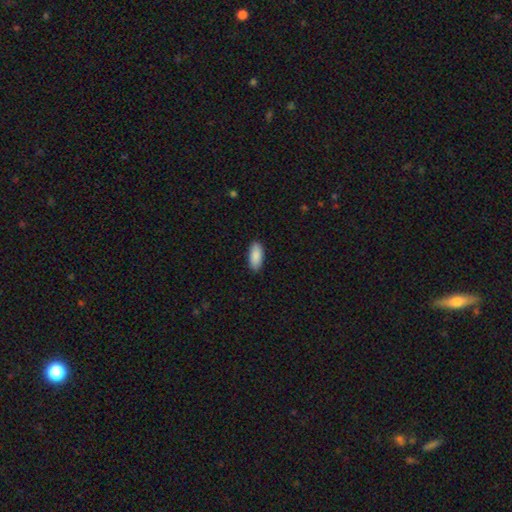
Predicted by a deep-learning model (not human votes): smooth-or-featured: smooth: 90% | star or artifact: 6% | featured or disk: 4%
  how-rounded: in between: 87% | cigar-shaped: 11% | round: 2%
  merging: none: 89% | minor disturbance: 8% | major disturbance: 2% | merger: 1%